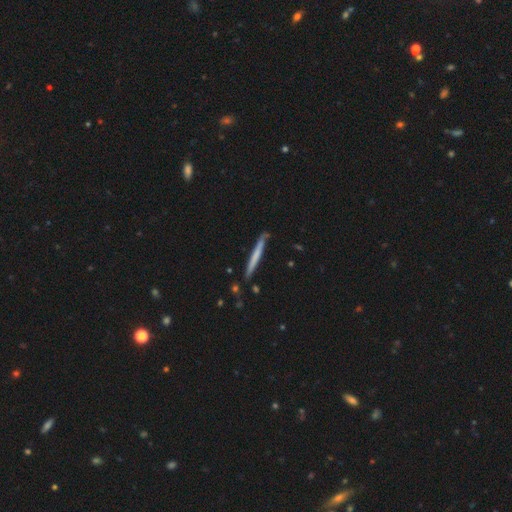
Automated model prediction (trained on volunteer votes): This is possibly a smooth galaxy (54%). How rounded: clearly cigar-shaped (97%). Merging: clearly none (84%).